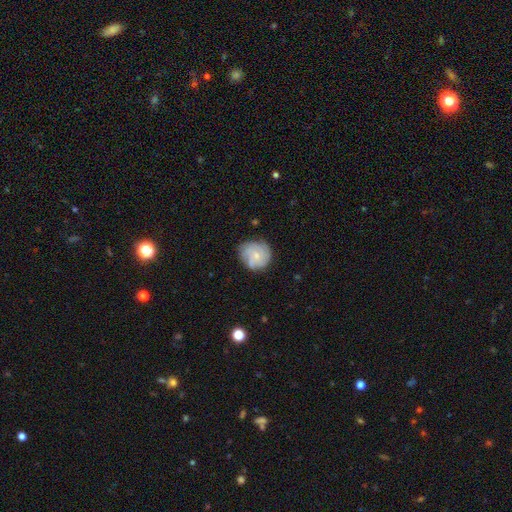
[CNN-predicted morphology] Overall: featured or disk (51%; smooth 41%). Edge-on disk: no (98%). Merging: none (70%).